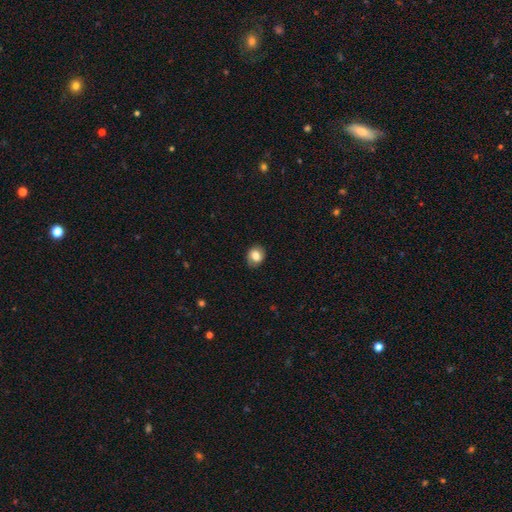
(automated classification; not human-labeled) smooth-or-featured: smooth: 75% | featured or disk: 16% | star or artifact: 9%
  how-rounded: round: 55% | in between: 44% | cigar-shaped: 1%
  merging: none: 82% | minor disturbance: 13% | major disturbance: 4% | merger: 1%